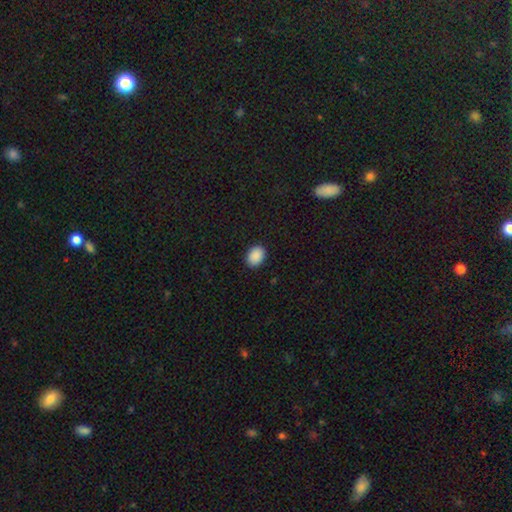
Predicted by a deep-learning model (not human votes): Smooth or featured: smooth — 90% (star or artifact — 8%)
How rounded: in between — 67% (round — 32%)
Merging: none — 90% (minor disturbance — 7%)